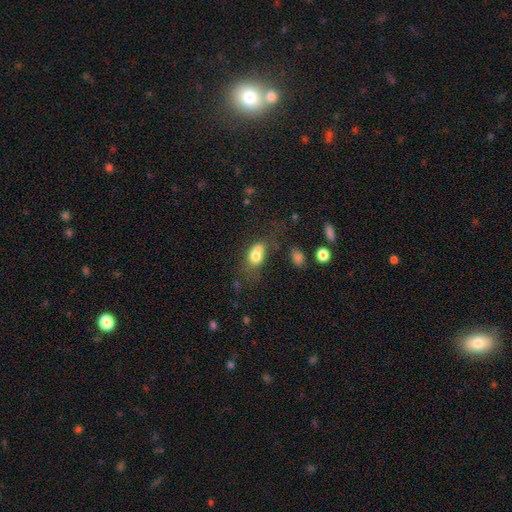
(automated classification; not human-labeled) Smooth or featured?
  - smooth: 75% *
  - featured or disk: 14%
  - star or artifact: 10%
How rounded?
  - in between: 82% *
  - round: 15%
  - cigar-shaped: 3%
Merging?
  - none: 34% *
  - minor disturbance: 27%
  - major disturbance: 24%
  - merger: 15%